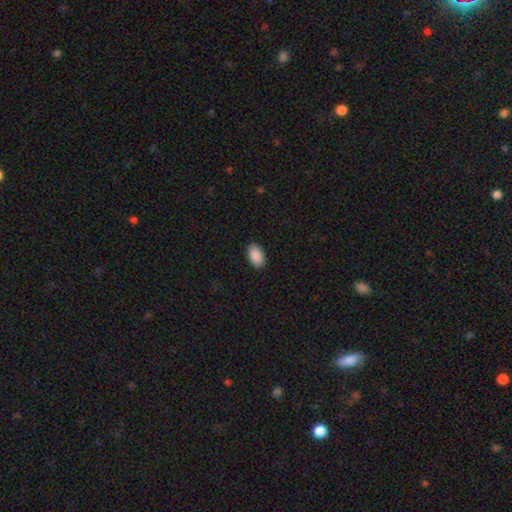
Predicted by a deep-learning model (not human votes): Smooth or featured? Predicted: smooth (p=0.91). How rounded? Predicted: in between (p=0.95). Merging? Predicted: none (p=0.89).